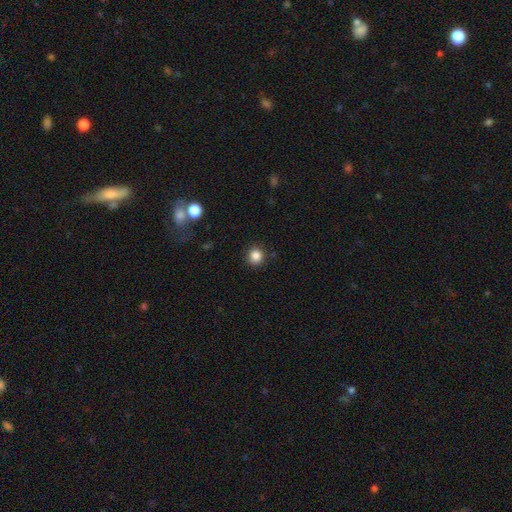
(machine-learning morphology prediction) Smooth or featured? Predicted: smooth (p=0.85). How rounded? Predicted: round (p=0.91). Merging? Predicted: none (p=0.90).